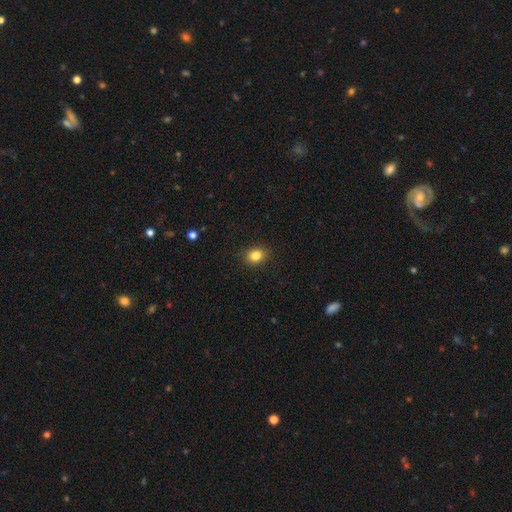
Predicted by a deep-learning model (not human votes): Smooth or featured? Predicted: smooth (p=0.84). How rounded? Predicted: in between (p=0.51). Merging? Predicted: none (p=0.88).